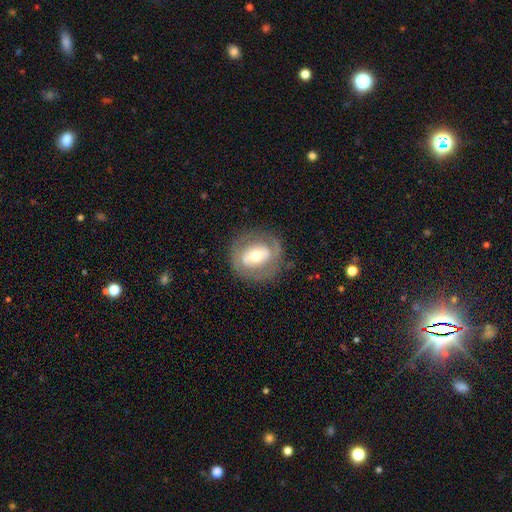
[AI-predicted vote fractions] This appears to be a featured or disk galaxy (61%) with no bar (38%), no spiral arms (63%) and a moderate central bulge (63%). Merging: none (79%).